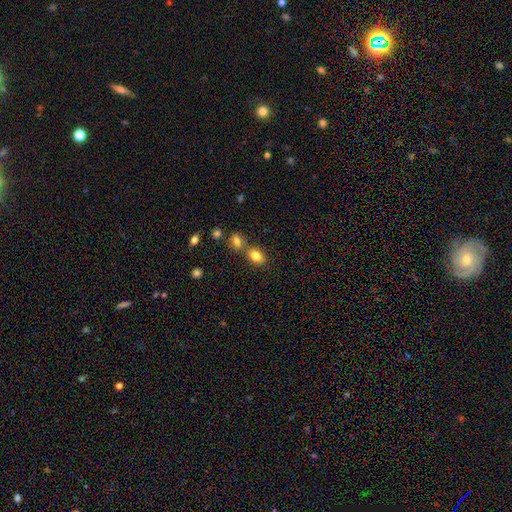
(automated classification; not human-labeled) Smooth or featured?
  - smooth: 82% *
  - star or artifact: 10%
  - featured or disk: 8%
How rounded?
  - in between: 78% *
  - round: 20%
  - cigar-shaped: 2%
Merging?
  - none: 57% *
  - merger: 29%
  - minor disturbance: 11%
  - major disturbance: 3%